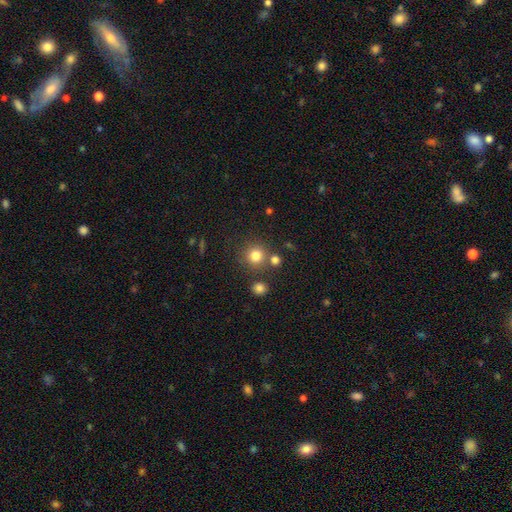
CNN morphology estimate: type=smooth (79%); roundness=round (92%); merging=none (77%).